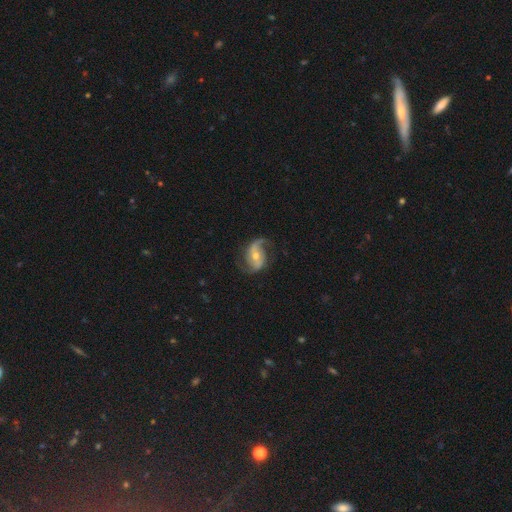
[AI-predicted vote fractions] A featured or disk galaxy (86%) with a weak bar (40%), 2 (87%) loose (56%) spiral arms (96%) and a moderate central bulge (55%).

Vote fractions:
- Smooth or featured? featured or disk: 86% / smooth: 8% / star or artifact: 6%
- Edge-on disk? no: 97% / yes: 3%
- Bar? weak: 40% / no: 37% / strong: 23%
- Spiral arms? yes: 96% / no: 4%
- Spiral winding? loose: 56% / medium: 35% / tight: 10%
- Spiral arm count? 2: 87% / 1: 6% / can't tell: 3% / 3: 2% / 4: 1% / more than 4: 1%
- Bulge size? moderate: 55% / small: 40% / large: 3% / none: 1% / dominant: 1%
- Merging? none: 70% / minor disturbance: 18% / major disturbance: 11% / merger: 1%